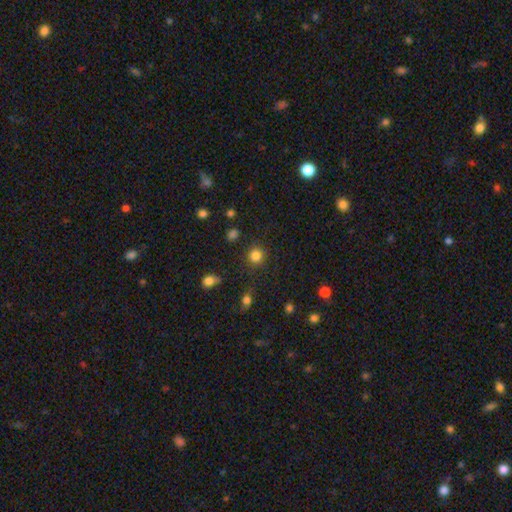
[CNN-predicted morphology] A smooth galaxy with no disk features (83%) that is round (91%).

Vote fractions:
- Smooth or featured? smooth: 83% / star or artifact: 13% / featured or disk: 4%
- How rounded? round: 91% / in between: 8% / cigar-shaped: 1%
- Merging? none: 87% / minor disturbance: 8% / major disturbance: 3% / merger: 3%